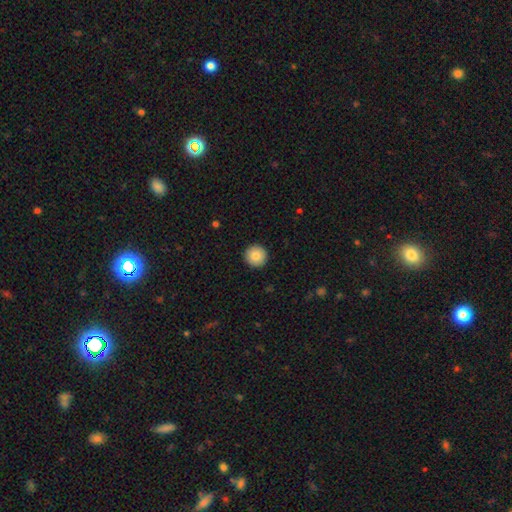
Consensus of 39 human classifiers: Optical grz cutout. It shows a smooth galaxy with no disk features (77%) that is round (93%). Merging: none (92%).